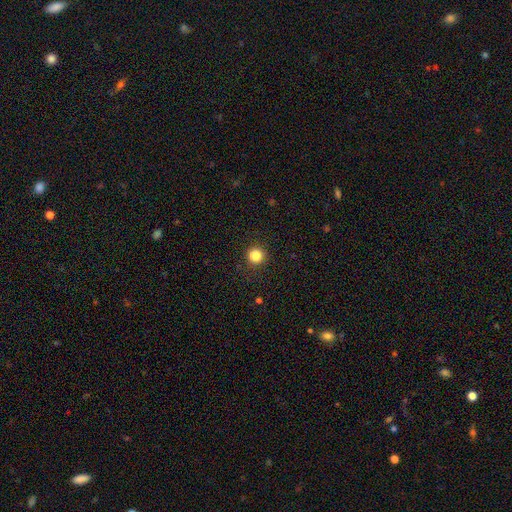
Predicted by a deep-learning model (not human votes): Smooth or featured: smooth — 85% (star or artifact — 11%)
How rounded: round — 95% (in between — 4%)
Merging: none — 91% (minor disturbance — 6%)